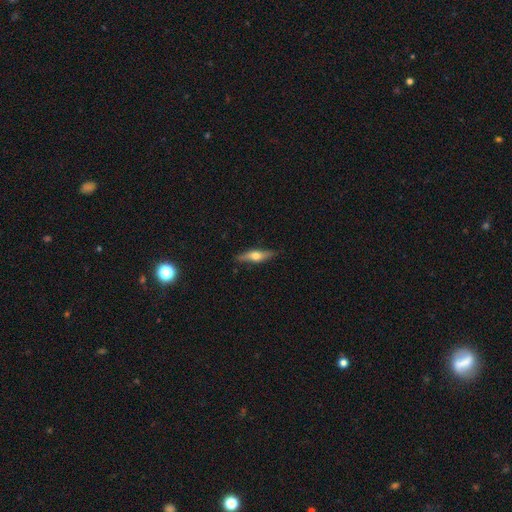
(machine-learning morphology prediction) This is possibly a featured or disk galaxy (52%). It is clearly viewed edge-on (91%). Merging: clearly none (86%).